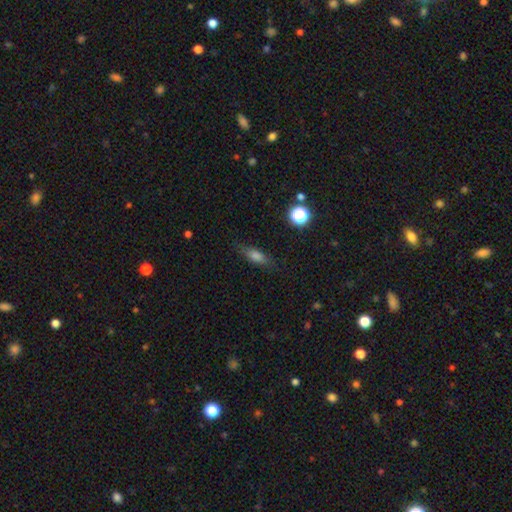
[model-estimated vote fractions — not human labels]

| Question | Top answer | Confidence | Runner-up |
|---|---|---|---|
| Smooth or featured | smooth | 67% | featured or disk (20%) |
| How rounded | in between | 53% | cigar-shaped (40%) |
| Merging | none | 77% | minor disturbance (16%) |